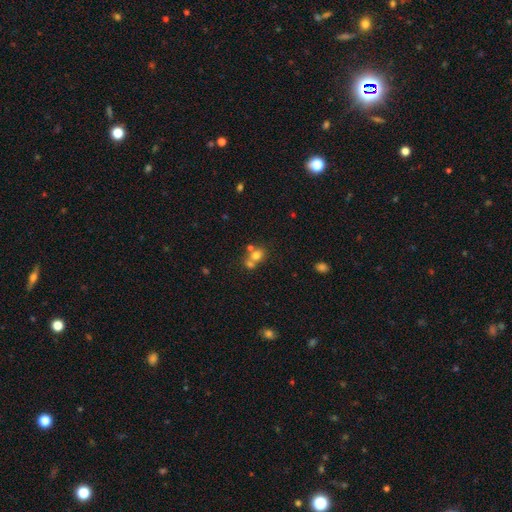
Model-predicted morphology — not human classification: This is likely a smooth galaxy (69%). How rounded: likely round (68%). Merging: possibly merger (51%).